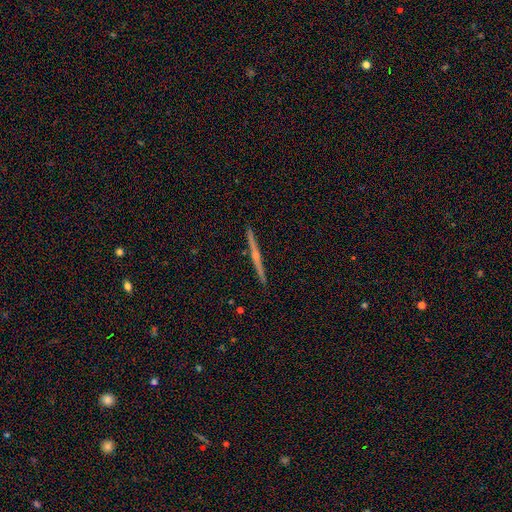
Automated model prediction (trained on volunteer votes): The model was most divided on "edge-on bulge": rounded: 62%, none: 32%, boxy: 6%. More confident: edge-on disk — yes (98%); merging — none (93%); smooth or featured — featured or disk (74%).